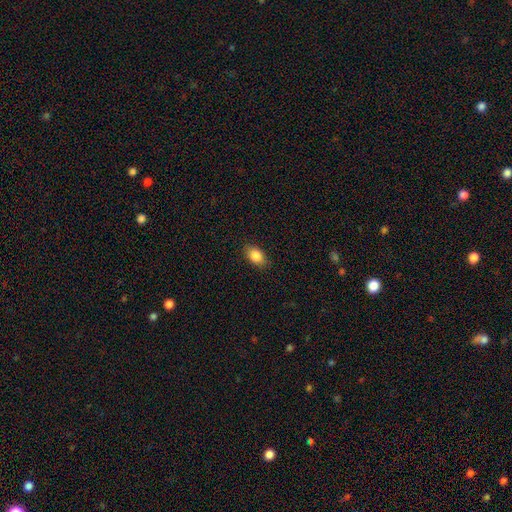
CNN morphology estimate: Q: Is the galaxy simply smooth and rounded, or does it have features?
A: smooth — 87%.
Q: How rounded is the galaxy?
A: in between — 85%.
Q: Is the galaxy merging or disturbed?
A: none — 86%.